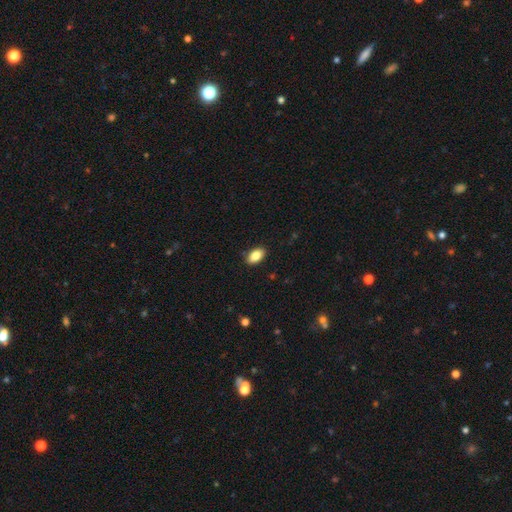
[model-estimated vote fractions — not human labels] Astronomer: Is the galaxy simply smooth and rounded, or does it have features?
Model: smooth — 84%.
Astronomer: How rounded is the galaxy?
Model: in between — 92%.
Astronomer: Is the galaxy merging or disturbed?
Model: none — 88%.